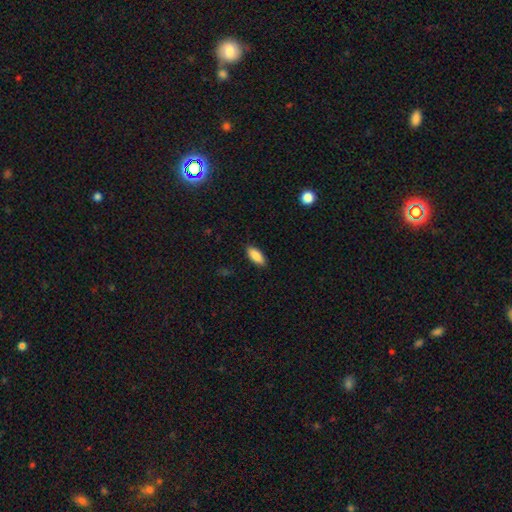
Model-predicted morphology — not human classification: smooth_or_featured: smooth (p=0.88) [alt: star or artifact p=0.06]
how_rounded: in between (p=0.84) [alt: cigar-shaped p=0.14]
merging: none (p=0.88) [alt: minor disturbance p=0.09]